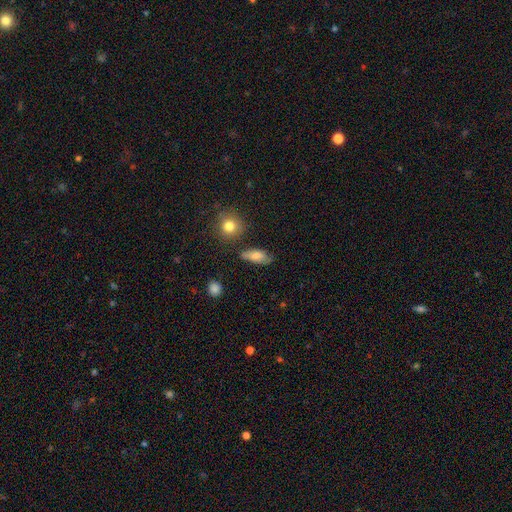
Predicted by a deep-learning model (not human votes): smooth_or_featured: smooth (p=0.76) [alt: featured or disk p=0.16]
how_rounded: in between (p=0.78) [alt: cigar-shaped p=0.16]
merging: none (p=0.66) [alt: minor disturbance p=0.24]